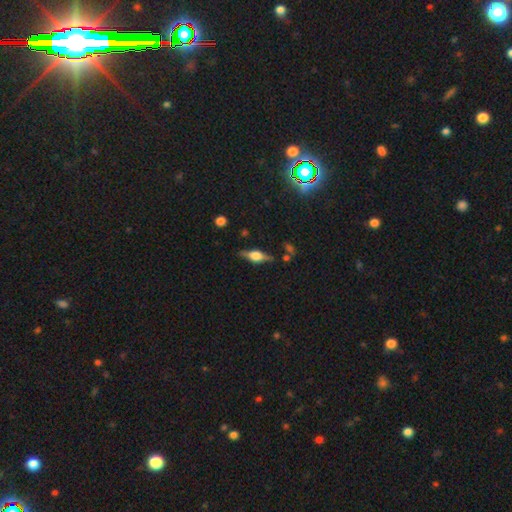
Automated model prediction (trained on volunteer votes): A featured or disk galaxy (65%) viewed edge-on (95%) with a rounded central bulge (88%). Merging: none (80%).